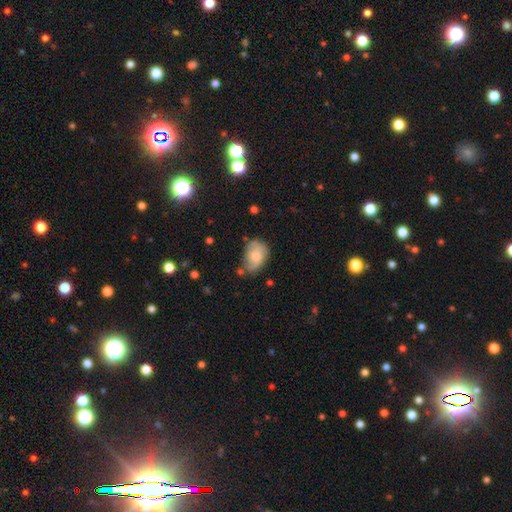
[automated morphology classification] smooth 63%, featured or disk 29%, star or artifact 8%. Down the decision tree: how rounded — in between (77%); merging — none (45%).